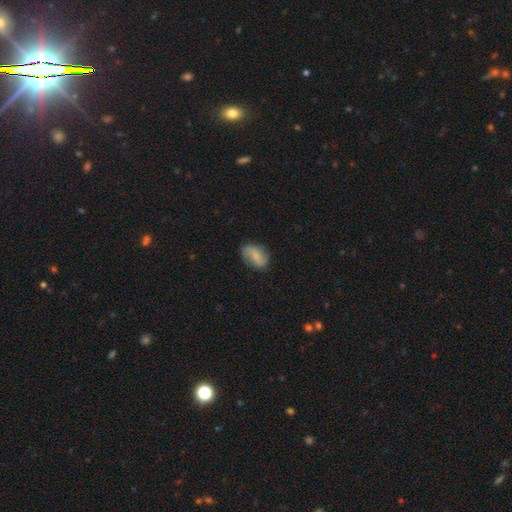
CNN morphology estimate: type=featured or disk (48%); merging=none (76%).